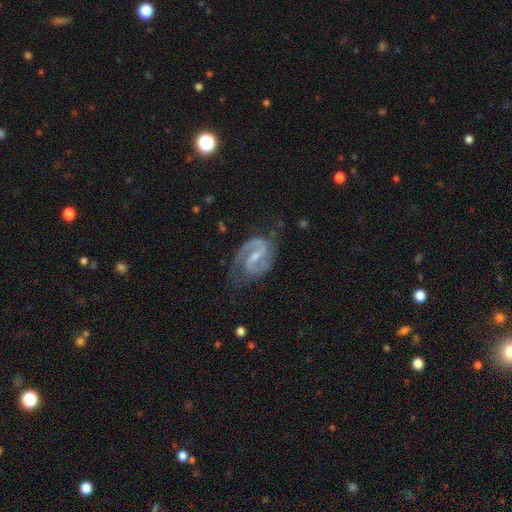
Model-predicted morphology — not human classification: featured or disk 90%, smooth 5%, star or artifact 5%. Down the decision tree: edge-on disk — no (98%); bar — weak (51%); spiral arms — yes (97%); spiral arm count — 2 (87%); spiral winding — medium (56%); bulge size — small (57%); merging — none (65%).